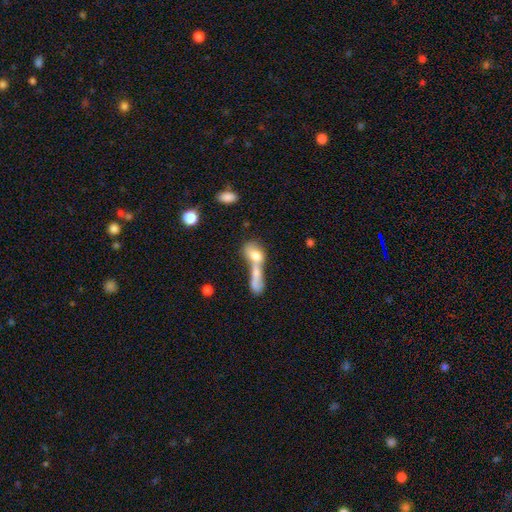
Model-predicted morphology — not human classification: The model was most divided on "how rounded": in between: 59%, round: 21%, cigar-shaped: 20%. More confident: merging — merger (71%); smooth or featured — smooth (69%).